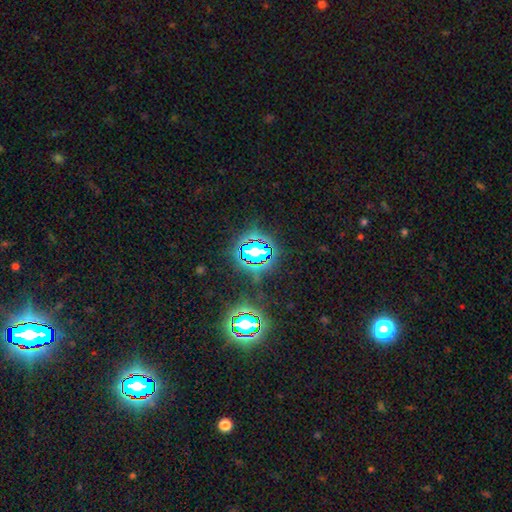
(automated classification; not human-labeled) Smooth or featured? star or artifact (77%)